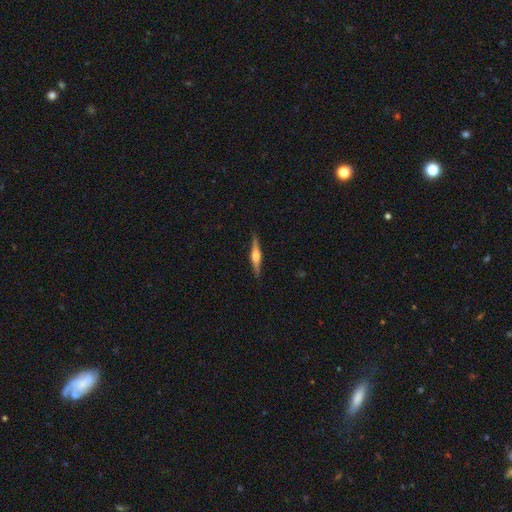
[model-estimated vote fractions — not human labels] Morphology: type=featured or disk (74%); edge-on=yes (98%); edge-on bulge=rounded (90%); merging=none (90%).